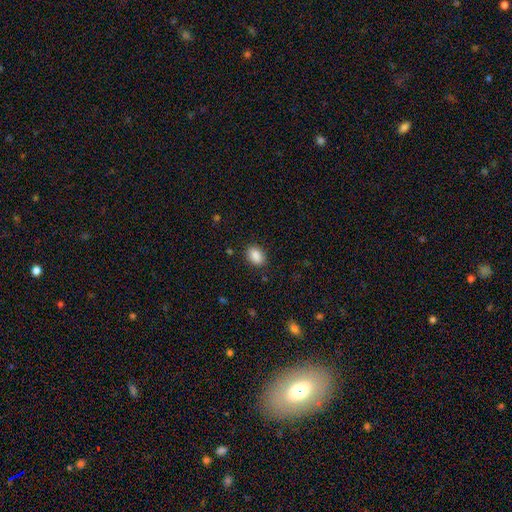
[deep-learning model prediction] Smooth or featured? smooth (89%)
How rounded? in between (77%)
Merging? none (87%)